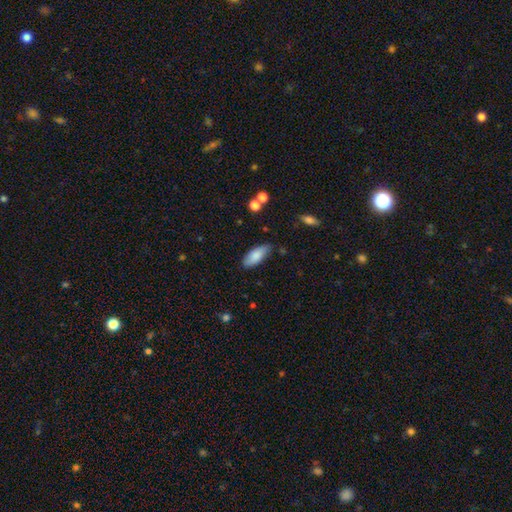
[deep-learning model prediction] Smooth or featured? Predicted: smooth (p=0.82). How rounded? Predicted: in between (p=0.80). Merging? Predicted: none (p=0.79).